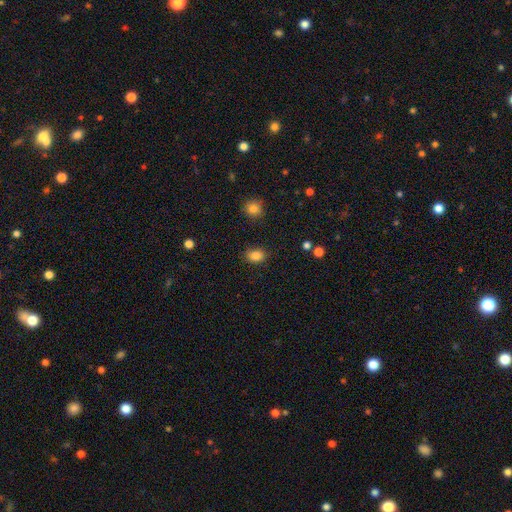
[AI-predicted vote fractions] Smooth or featured: smooth — 86% (star or artifact — 10%)
How rounded: in between — 69% (round — 29%)
Merging: none — 86% (minor disturbance — 10%)